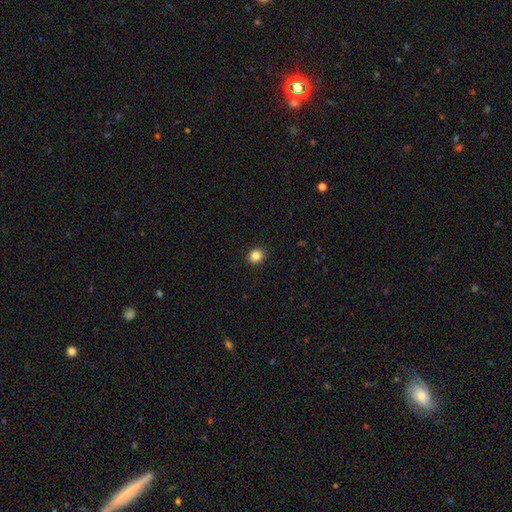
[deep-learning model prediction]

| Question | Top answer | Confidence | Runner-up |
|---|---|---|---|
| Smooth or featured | smooth | 85% | star or artifact (10%) |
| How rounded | round | 75% | in between (24%) |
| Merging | none | 92% | minor disturbance (5%) |